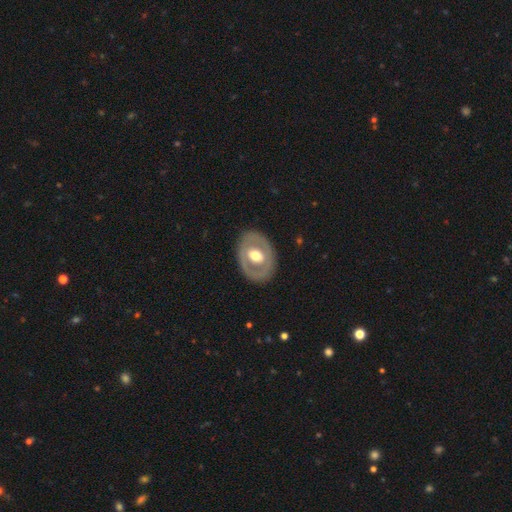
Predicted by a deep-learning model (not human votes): Smooth or featured? Predicted: featured or disk (p=0.56). Edge-on disk? Predicted: no (p=0.92). Bar? Predicted: no (p=0.72). Spiral arms? Predicted: no (p=0.87). Bulge size? Predicted: moderate (p=0.60). Merging? Predicted: none (p=0.83).